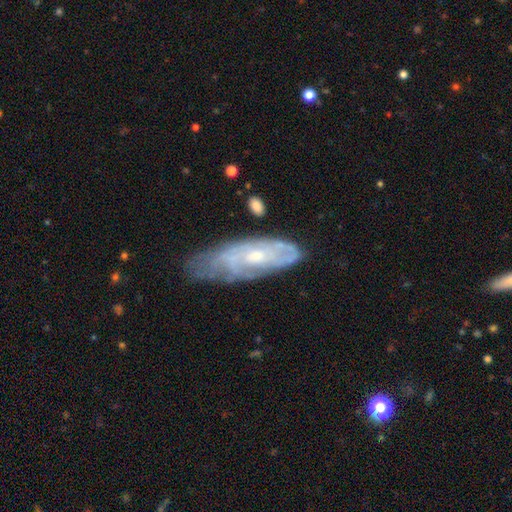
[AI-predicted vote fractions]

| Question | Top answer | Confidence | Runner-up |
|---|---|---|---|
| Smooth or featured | featured or disk | 74% | smooth (20%) |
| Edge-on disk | no | 85% | yes (15%) |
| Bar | no | 72% | weak (24%) |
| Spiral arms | yes | 83% | no (17%) |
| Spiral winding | tight | 61% | medium (30%) |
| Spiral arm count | can't tell | 59% | 2 (17%) |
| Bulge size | small | 58% | moderate (37%) |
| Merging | none | 57% | minor disturbance (29%) |